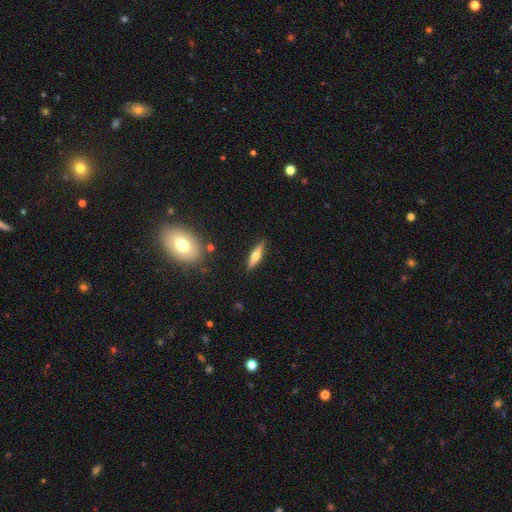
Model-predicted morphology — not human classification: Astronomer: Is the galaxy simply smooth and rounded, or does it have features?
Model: featured or disk — 48% (runner-up: smooth, 45%).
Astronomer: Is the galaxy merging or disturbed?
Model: none — 89%.